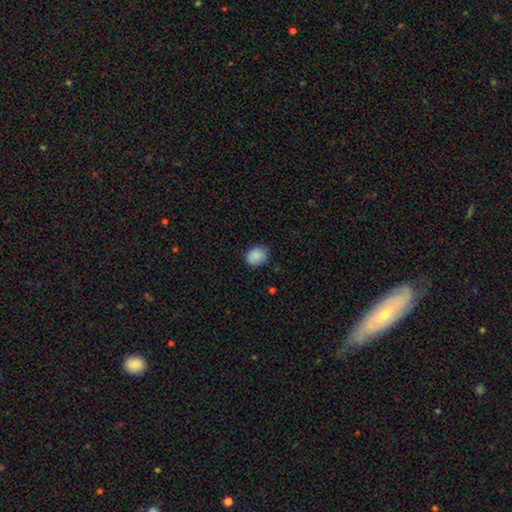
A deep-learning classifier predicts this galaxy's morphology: The model was most divided on "how rounded": round: 64%, in between: 36%, cigar-shaped: 1%. More confident: smooth or featured — smooth (88%); merging — none (81%).